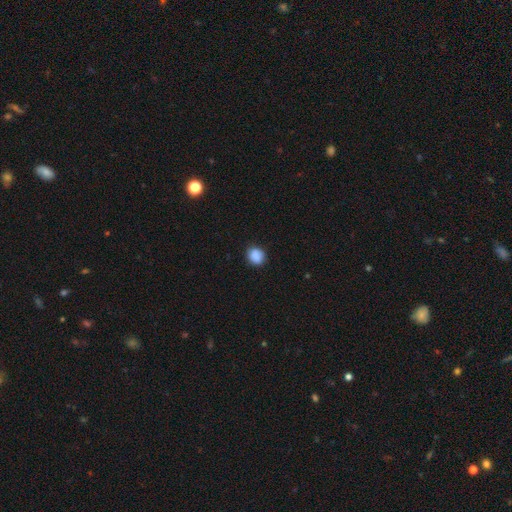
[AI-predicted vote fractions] smooth_or_featured: smooth (p=0.88) [alt: star or artifact p=0.09]
how_rounded: round (p=0.76) [alt: in between p=0.23]
merging: none (p=0.85) [alt: minor disturbance p=0.11]